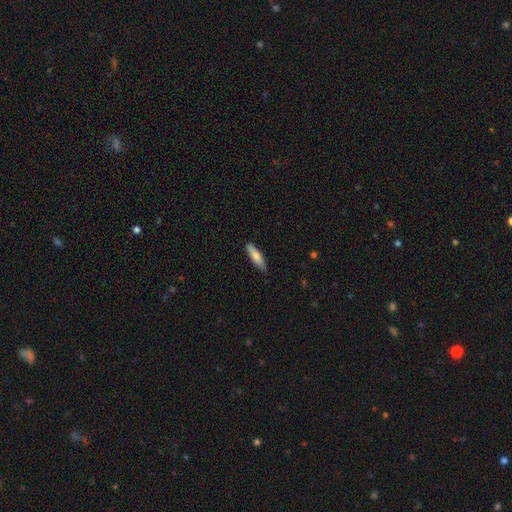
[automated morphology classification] type=smooth (77%); roundness=cigar-shaped (69%); merging=none (83%).